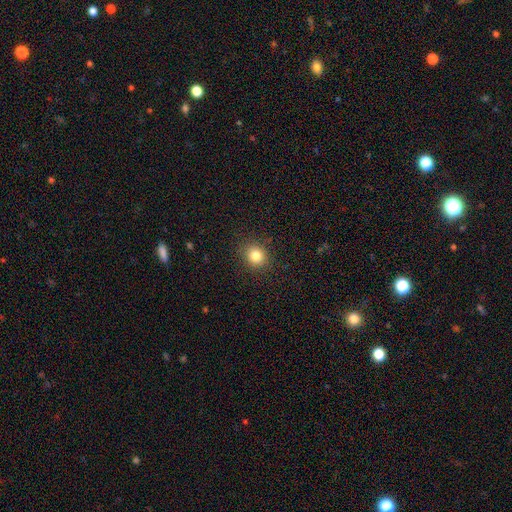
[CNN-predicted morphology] Smooth or featured? Predicted: smooth (p=0.81). How rounded? Predicted: round (p=0.77). Merging? Predicted: none (p=0.88).